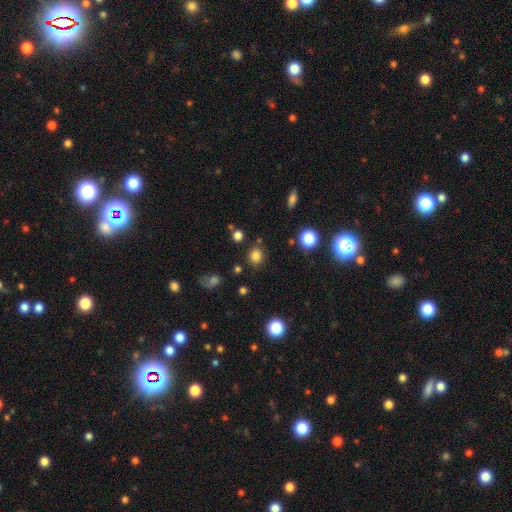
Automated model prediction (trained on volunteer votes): Q: Smooth or featured?
A: smooth (81%); runner-up: star or artifact (14%)
Q: How rounded?
A: round (82%); runner-up: in between (17%)
Q: Merging?
A: none (84%); runner-up: minor disturbance (8%)